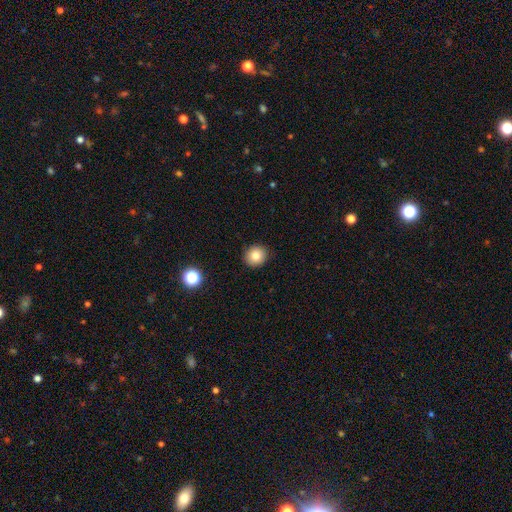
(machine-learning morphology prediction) Smooth or featured?
  - smooth: 81% *
  - star or artifact: 11%
  - featured or disk: 8%
How rounded?
  - round: 87% *
  - in between: 12%
  - cigar-shaped: 1%
Merging?
  - none: 91% *
  - minor disturbance: 6%
  - major disturbance: 2%
  - merger: 1%